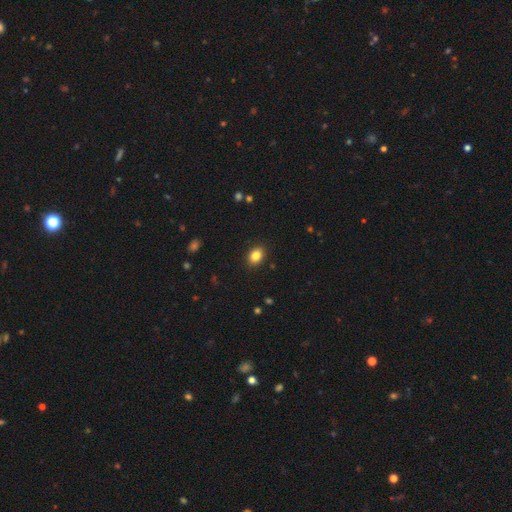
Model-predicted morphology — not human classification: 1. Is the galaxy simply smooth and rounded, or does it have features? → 85% smooth, 10% star or artifact, 6% featured or disk.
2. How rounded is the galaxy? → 67% in between, 32% round, 1% cigar-shaped.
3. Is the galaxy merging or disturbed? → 90% none, 7% minor disturbance, 2% major disturbance, 1% merger.